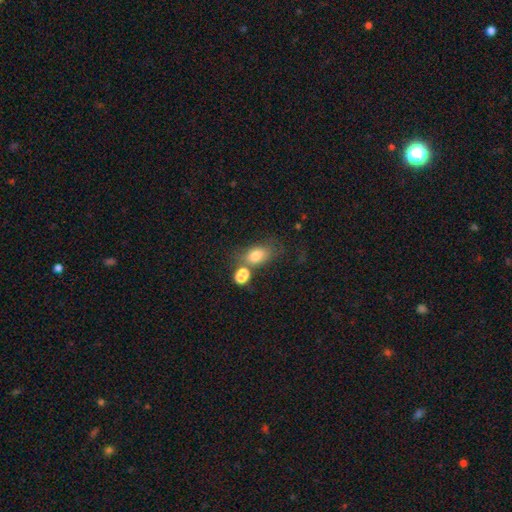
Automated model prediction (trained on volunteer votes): Q: Smooth or featured?
A: smooth (77%); runner-up: featured or disk (12%)
Q: How rounded?
A: in between (77%); runner-up: round (21%)
Q: Merging?
A: none (47%); runner-up: merger (29%)